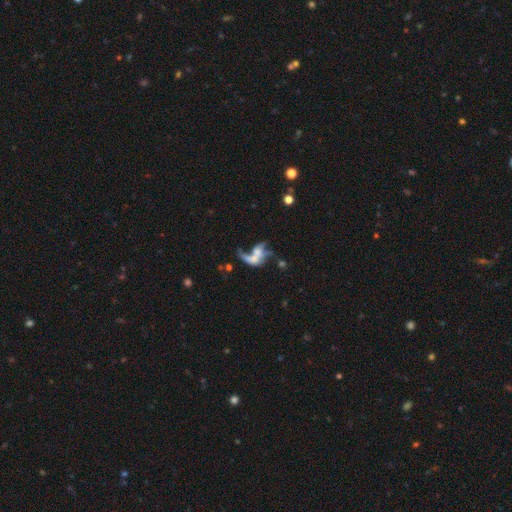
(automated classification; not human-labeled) Smooth or featured: featured or disk — 53% (smooth — 33%)
Edge-on disk: no — 94% (yes — 6%)
Merging: merger — 41% (major disturbance — 33%)